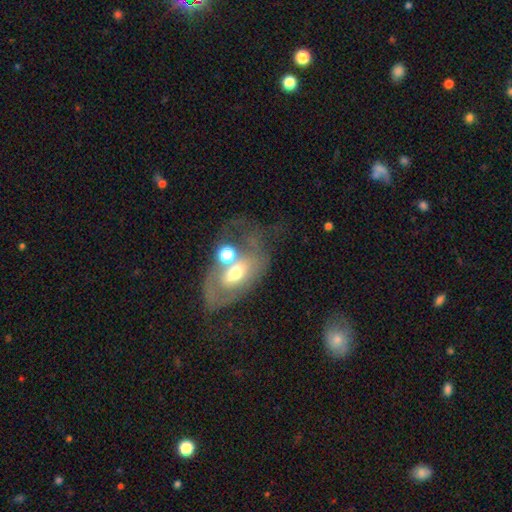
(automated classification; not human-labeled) smooth-or-featured: featured or disk: 69% | smooth: 18% | star or artifact: 12%
  disk-edge-on: no: 95% | yes: 5%
    bar: no: 64% | weak: 26% | strong: 10%
    has-spiral-arms: yes: 64% | no: 36%
    bulge-size: moderate: 64% | small: 24% | large: 7% | none: 3% | dominant: 2%
  merging: none: 37% | merger: 32% | major disturbance: 17% | minor disturbance: 14%